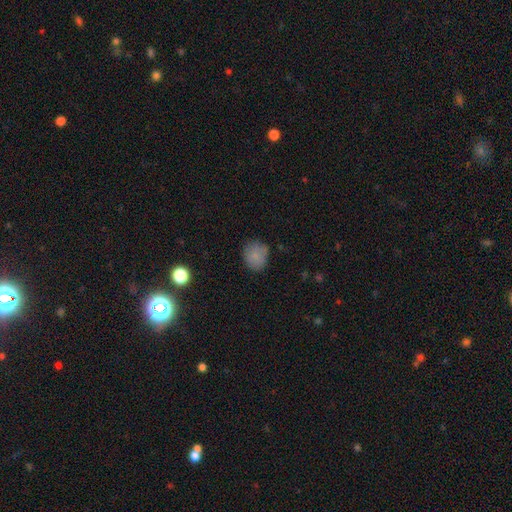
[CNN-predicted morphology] Smooth or featured?
  - smooth: 82% *
  - star or artifact: 10%
  - featured or disk: 8%
How rounded?
  - round: 72% *
  - in between: 27%
  - cigar-shaped: 1%
Merging?
  - none: 73% *
  - minor disturbance: 20%
  - major disturbance: 5%
  - merger: 3%